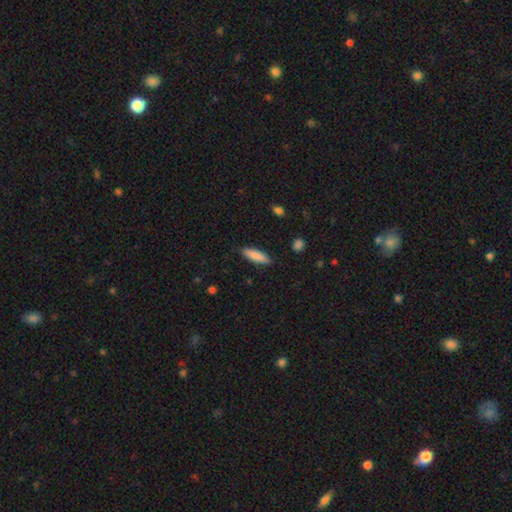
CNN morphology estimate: Overall: smooth (83%). How rounded: cigar-shaped (66%; in between 32%). Merging: none (88%).